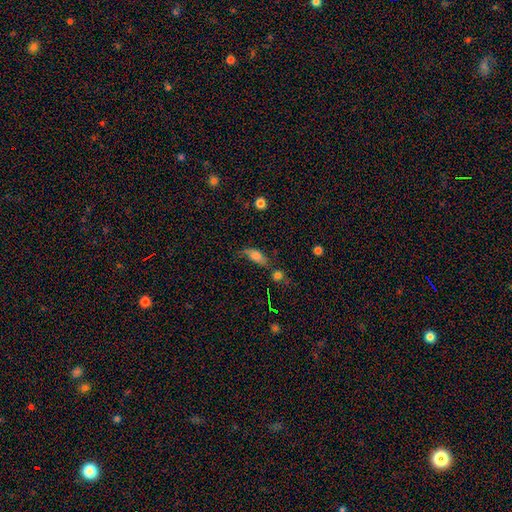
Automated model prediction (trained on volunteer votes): This appears to be a smooth galaxy with no disk features (67%) that is in between round and cigar-shaped (79%). Merging: none (41%).